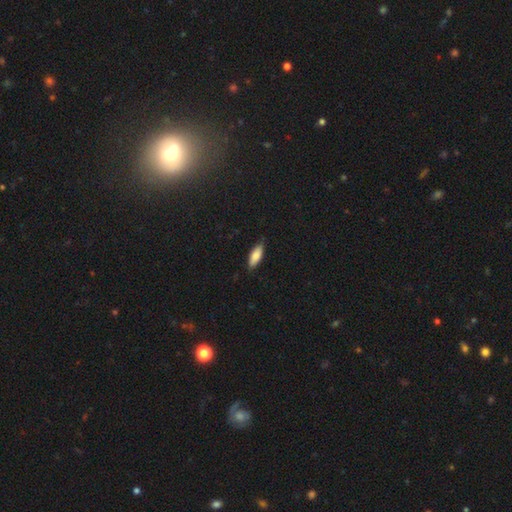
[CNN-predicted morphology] smooth-or-featured: smooth: 82% | featured or disk: 12% | star or artifact: 6%
  how-rounded: in between: 68% | cigar-shaped: 30% | round: 2%
  merging: none: 85% | minor disturbance: 12% | major disturbance: 2% | merger: 1%